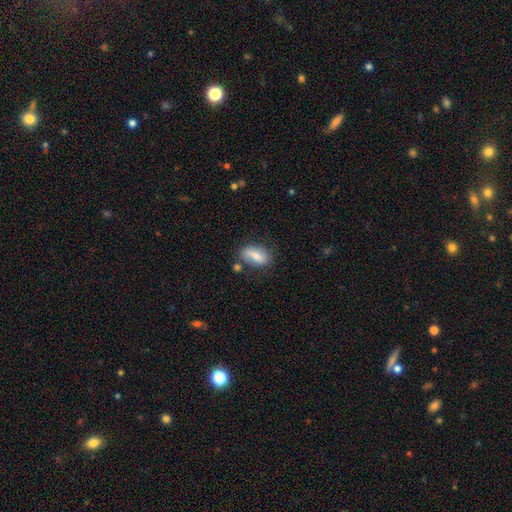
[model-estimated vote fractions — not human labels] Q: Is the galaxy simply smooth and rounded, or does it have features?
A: smooth — 68%.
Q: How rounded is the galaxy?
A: in between — 86%.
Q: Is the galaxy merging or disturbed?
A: none — 63%.